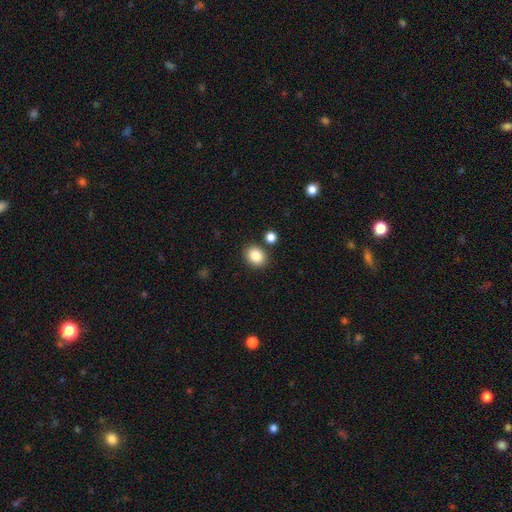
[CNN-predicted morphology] Smooth or featured? Predicted: smooth (p=0.87). How rounded? Predicted: in between (p=0.51). Merging? Predicted: none (p=0.82).